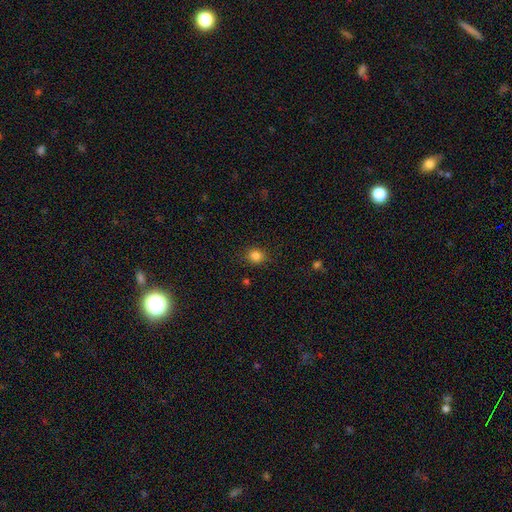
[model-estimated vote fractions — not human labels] Overall: smooth (84%). How rounded: round (74%). Merging: none (87%).